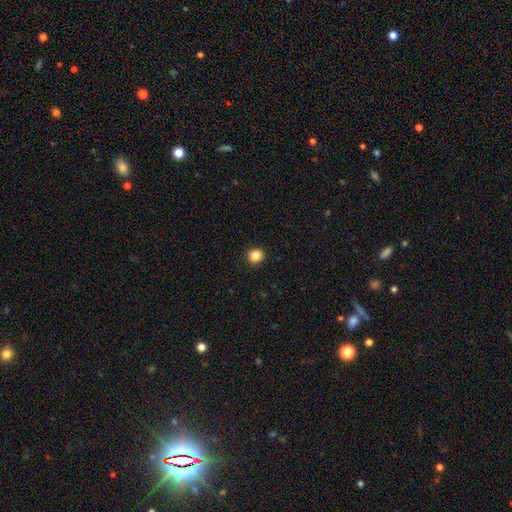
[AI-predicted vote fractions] smooth-or-featured: smooth: 86% | star or artifact: 11% | featured or disk: 3%
  how-rounded: round: 91% | in between: 8% | cigar-shaped: 1%
  merging: none: 93% | minor disturbance: 5% | major disturbance: 2% | merger: 1%